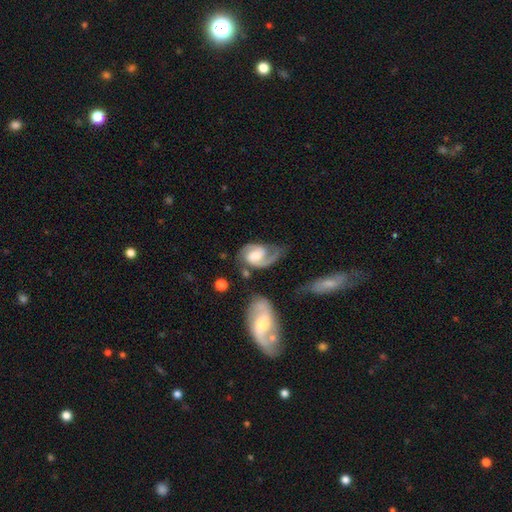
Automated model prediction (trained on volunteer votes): A featured or disk galaxy (82%) with a weak bar (45%), 2 (76%) medium (51%) spiral arms (96%) and a moderate central bulge (33%).

Vote fractions:
- Smooth or featured? featured or disk: 82% / smooth: 13% / star or artifact: 5%
- Edge-on disk? no: 98% / yes: 2%
- Bar? weak: 45% / no: 40% / strong: 14%
- Spiral arms? yes: 96% / no: 4%
- Spiral winding? medium: 51% / tight: 29% / loose: 20%
- Spiral arm count? 2: 76% / 1: 16% / can't tell: 4% / 3: 1% / 4: 1% / more than 4: 1%
- Bulge size? moderate: 33% / large: 30% / none: 17% / small: 16% / dominant: 4%
- Merging? none: 51% / minor disturbance: 24% / major disturbance: 17% / merger: 8%